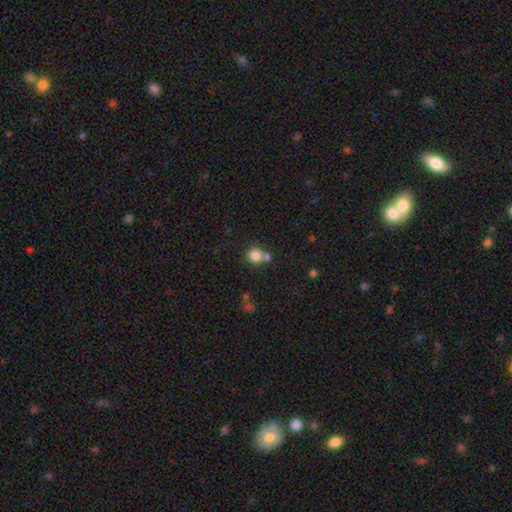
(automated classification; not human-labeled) This appears to be a smooth galaxy with no disk features (81%) that is round (87%). Merging: none (58%).